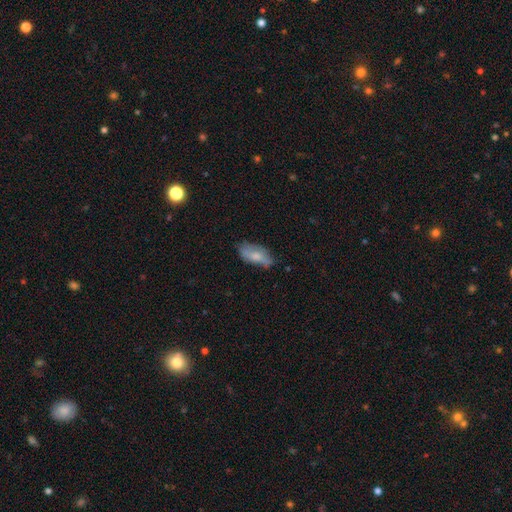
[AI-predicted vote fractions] A smooth galaxy with no disk features (65%) that is in between round and cigar-shaped (87%). Merging: none (55%).